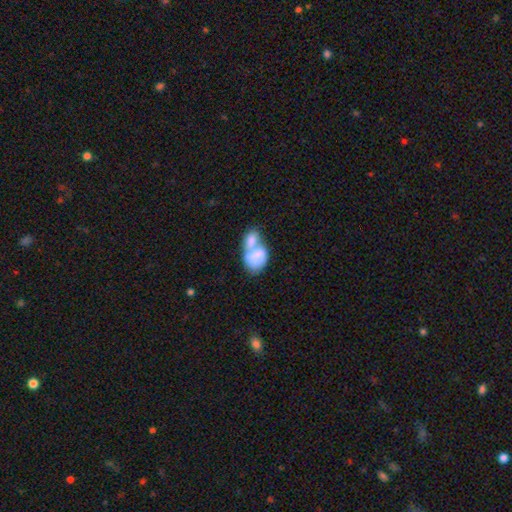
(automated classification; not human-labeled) Smooth or featured? smooth (71%)
How rounded? in between (83%)
Merging? merger (76%)